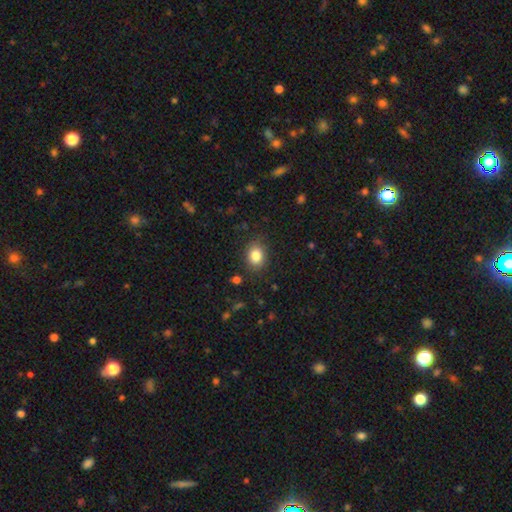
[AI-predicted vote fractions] Q: Smooth or featured?
A: smooth (83%); runner-up: star or artifact (10%)
Q: How rounded?
A: in between (55%); runner-up: round (44%)
Q: Merging?
A: none (84%); runner-up: minor disturbance (11%)